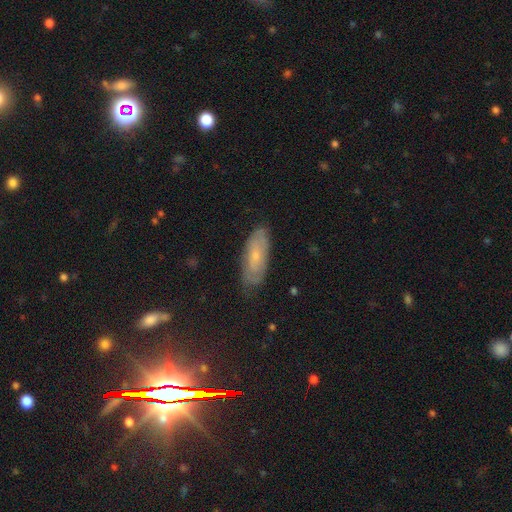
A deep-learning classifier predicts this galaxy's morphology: This appears to be a smooth galaxy with no disk features (49%). Merging: none (78%).